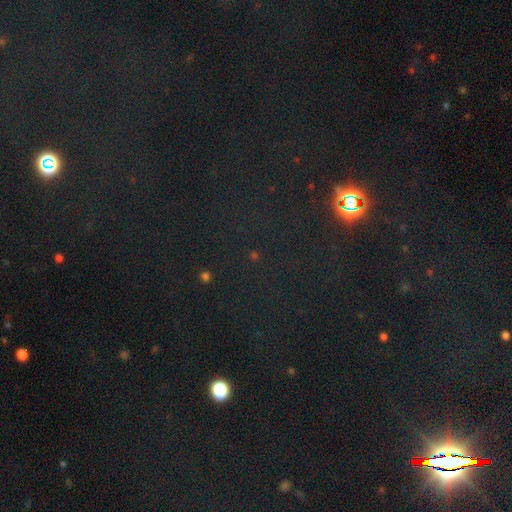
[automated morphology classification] A star or artifact, not a galaxy (76%).